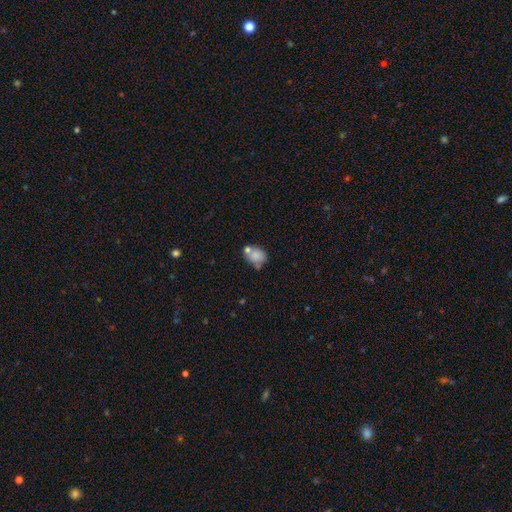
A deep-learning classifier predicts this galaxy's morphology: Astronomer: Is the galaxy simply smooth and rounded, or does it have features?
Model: smooth — 78%.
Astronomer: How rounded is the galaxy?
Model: in between — 53% (runner-up: round, 46%).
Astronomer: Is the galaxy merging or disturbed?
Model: none — 45% (runner-up: merger, 29%).